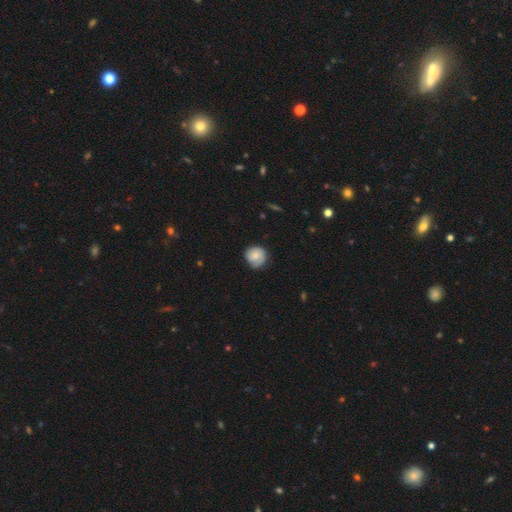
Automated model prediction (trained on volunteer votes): This is likely a smooth galaxy (68%). How rounded: clearly round (89%). Merging: likely none (67%).